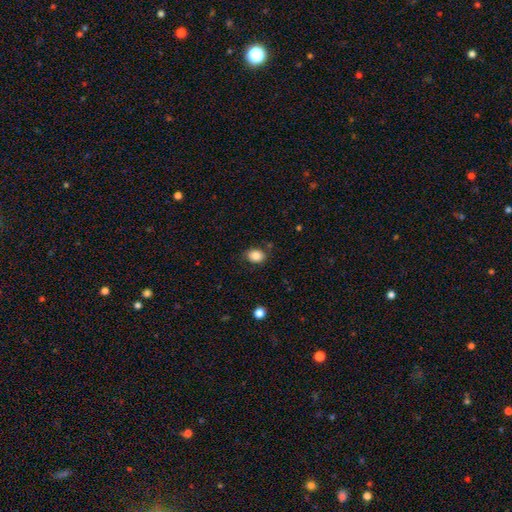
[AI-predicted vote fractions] A smooth galaxy with no disk features (85%) that is in between round and cigar-shaped (64%).

Vote fractions:
- Smooth or featured? smooth: 85% / star or artifact: 9% / featured or disk: 6%
- How rounded? in between: 64% / round: 35% / cigar-shaped: 1%
- Merging? none: 78% / minor disturbance: 15% / major disturbance: 4% / merger: 3%